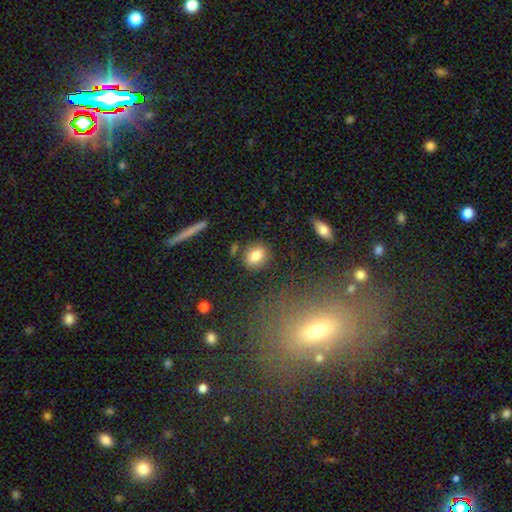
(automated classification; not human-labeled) This appears to be a smooth galaxy with no disk features (82%) that is in between round and cigar-shaped (50%). Merging: none (82%).